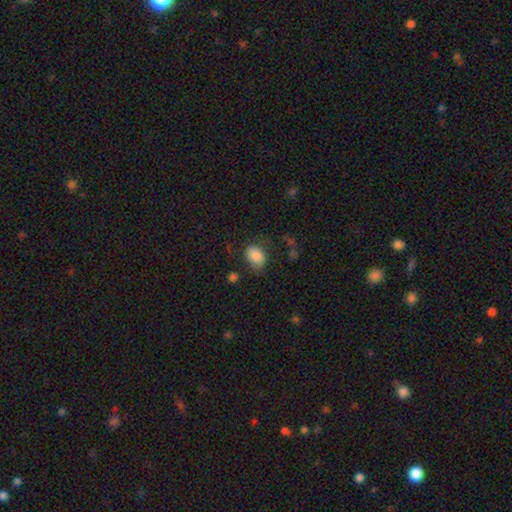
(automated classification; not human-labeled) A smooth galaxy with no disk features (84%) that is in between round and cigar-shaped (78%).

Vote fractions:
- Smooth or featured? smooth: 84% / featured or disk: 8% / star or artifact: 8%
- How rounded? in between: 78% / round: 20% / cigar-shaped: 1%
- Merging? none: 65% / minor disturbance: 22% / major disturbance: 11% / merger: 3%